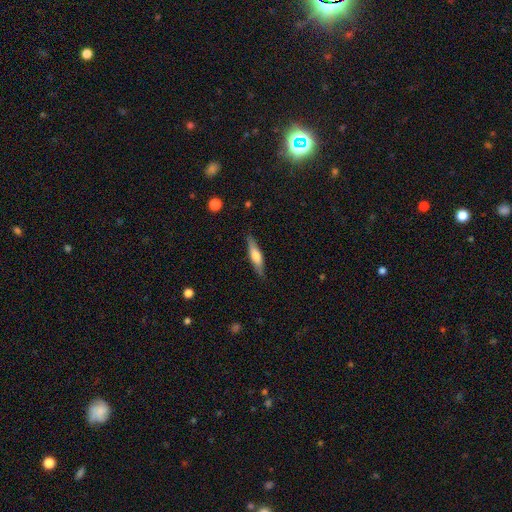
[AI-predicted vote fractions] Smooth or featured? smooth (54%)
How rounded? cigar-shaped (79%)
Merging? none (85%)